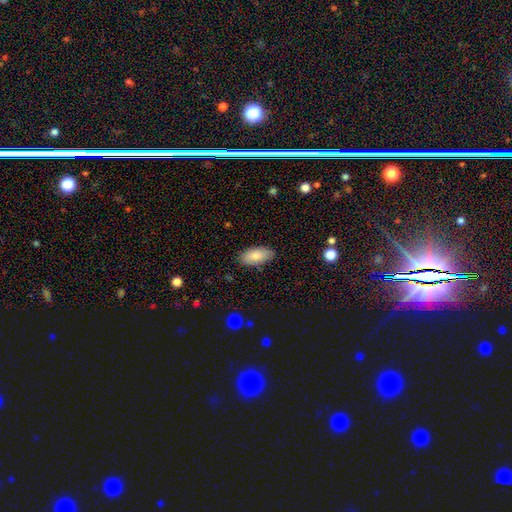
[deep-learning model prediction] Q: Smooth or featured?
A: smooth (80%); runner-up: featured or disk (13%)
Q: How rounded?
A: in between (90%); runner-up: cigar-shaped (7%)
Q: Merging?
A: none (84%); runner-up: minor disturbance (12%)